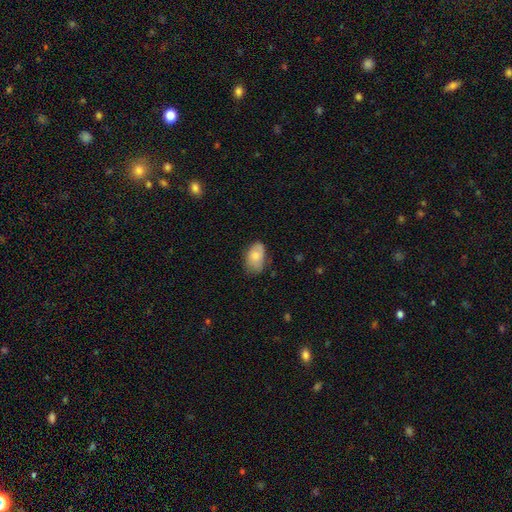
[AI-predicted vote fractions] This appears to be a smooth galaxy with no disk features (75%) that is in between round and cigar-shaped (90%). Merging: none (56%).